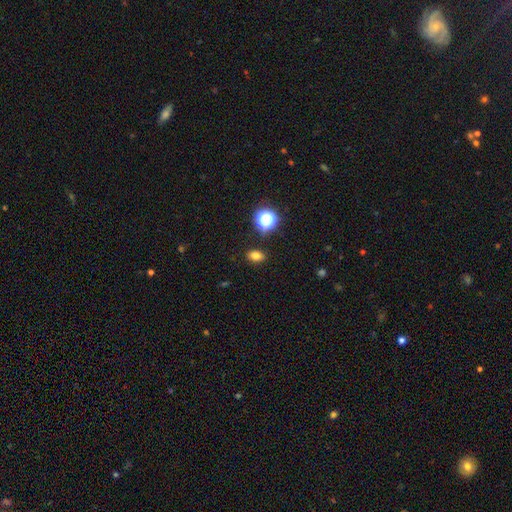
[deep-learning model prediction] smooth 75%, star or artifact 17%, featured or disk 8%. Down the decision tree: how rounded — in between (77%); merging — none (87%).